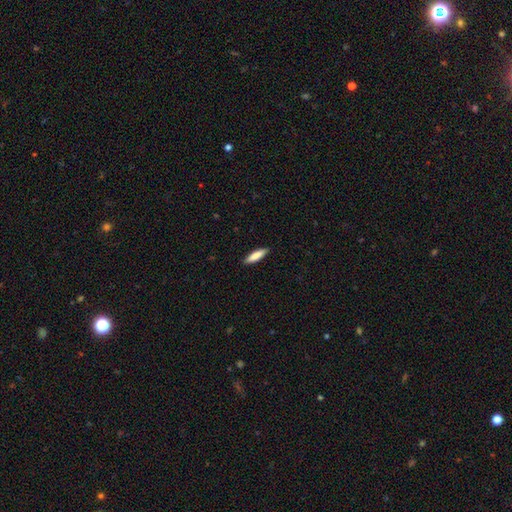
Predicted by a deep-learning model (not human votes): This appears to be a smooth galaxy with no disk features (82%) that is cigar-shaped (69%). Merging: none (90%).